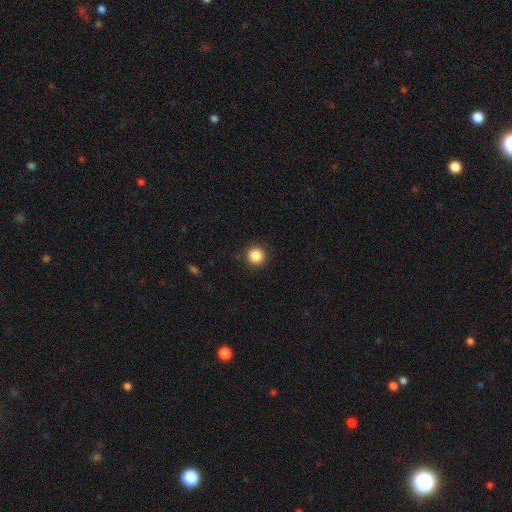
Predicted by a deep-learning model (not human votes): smooth_or_featured: smooth (p=0.86) [alt: star or artifact p=0.11]
how_rounded: round (p=0.95) [alt: in between p=0.04]
merging: none (p=0.91) [alt: minor disturbance p=0.06]